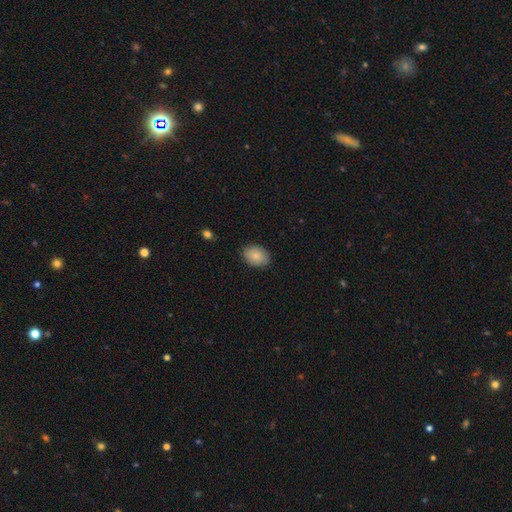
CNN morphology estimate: Overall: smooth (85%). How rounded: in between (74%). Merging: none (84%).